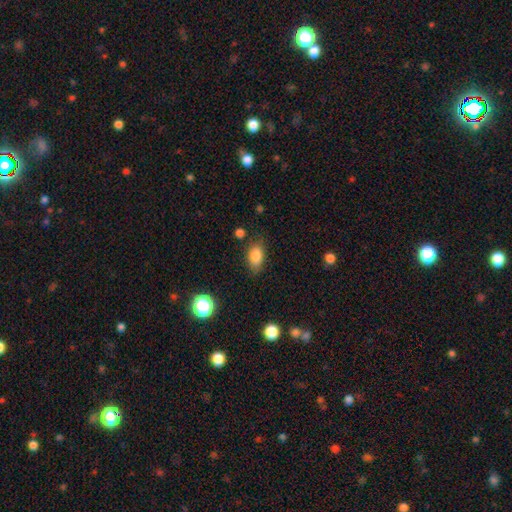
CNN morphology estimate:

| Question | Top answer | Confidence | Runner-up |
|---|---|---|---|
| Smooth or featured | smooth | 85% | star or artifact (9%) |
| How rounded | in between | 87% | round (10%) |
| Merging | none | 74% | minor disturbance (19%) |